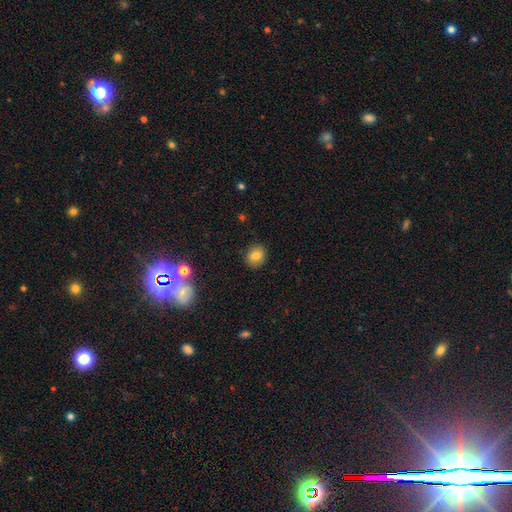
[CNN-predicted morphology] The model was most divided on "how rounded": round: 72%, in between: 27%, cigar-shaped: 1%. More confident: merging — none (90%); smooth or featured — smooth (81%).